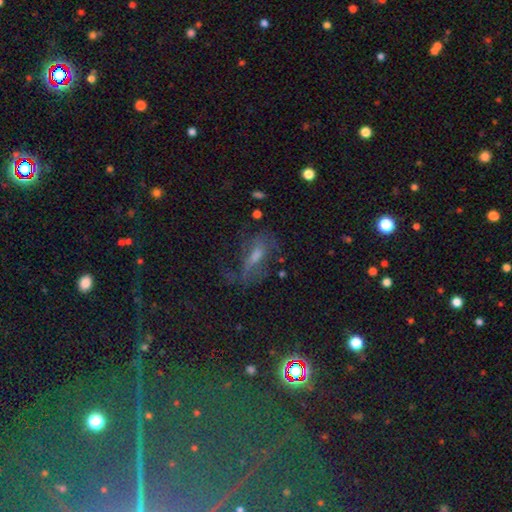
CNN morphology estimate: Smooth or featured: featured or disk — 48% (smooth — 31%)
Merging: none — 46% (major disturbance — 29%)